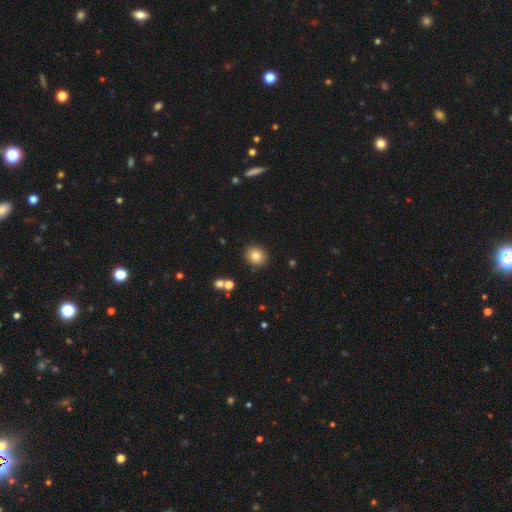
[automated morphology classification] smooth 82%, star or artifact 11%, featured or disk 7%. Down the decision tree: how rounded — round (78%); merging — none (89%).